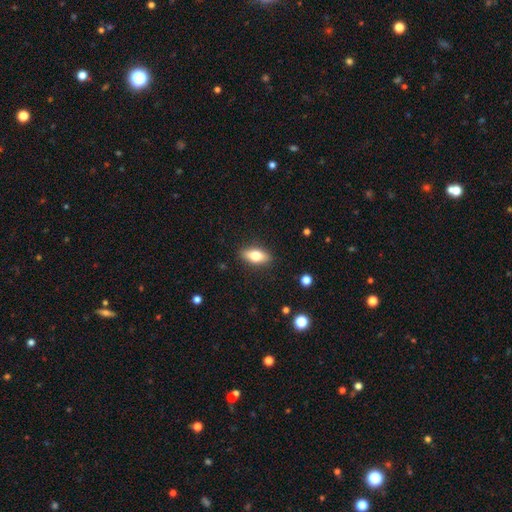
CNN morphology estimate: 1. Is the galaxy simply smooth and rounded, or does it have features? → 69% smooth, 24% featured or disk, 7% star or artifact.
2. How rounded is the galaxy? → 79% in between, 15% cigar-shaped, 5% round.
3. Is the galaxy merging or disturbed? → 88% none, 9% minor disturbance, 2% major disturbance, 1% merger.